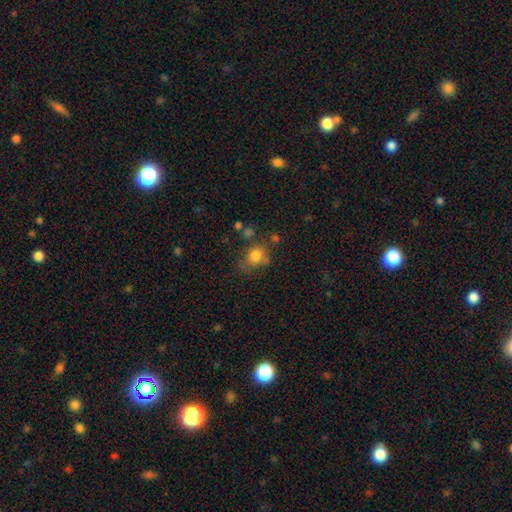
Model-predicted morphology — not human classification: smooth-or-featured: smooth: 79% | star or artifact: 12% | featured or disk: 9%
  how-rounded: round: 59% | in between: 40% | cigar-shaped: 1%
  merging: none: 57% | minor disturbance: 23% | major disturbance: 11% | merger: 10%